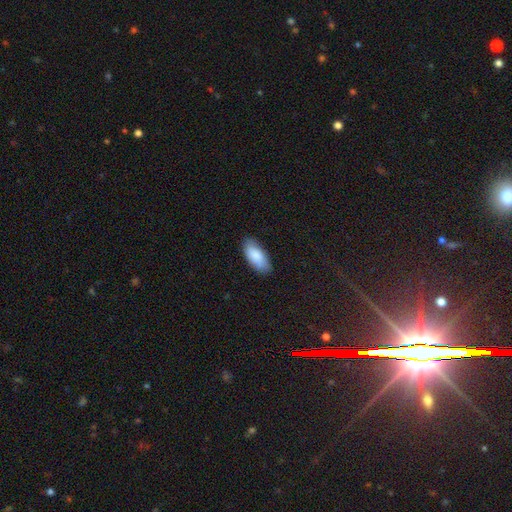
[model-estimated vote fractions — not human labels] The model was most divided on "merging": none: 84%, minor disturbance: 13%, major disturbance: 2%, merger: 1%. More confident: how rounded — in between (89%); smooth or featured — smooth (85%).